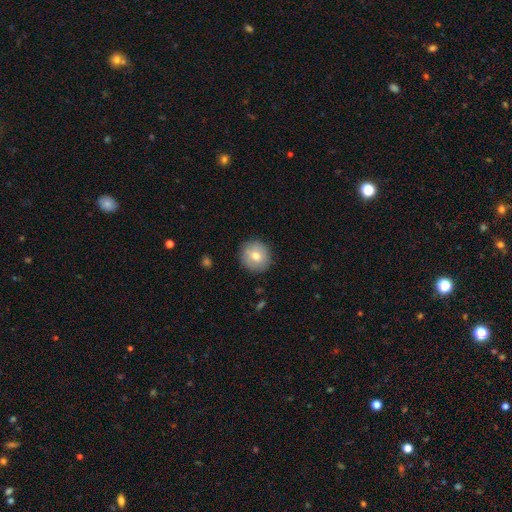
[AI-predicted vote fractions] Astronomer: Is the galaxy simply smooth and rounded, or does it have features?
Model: smooth — 72%.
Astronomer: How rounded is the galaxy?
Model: round — 90%.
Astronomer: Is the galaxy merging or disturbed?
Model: none — 87%.